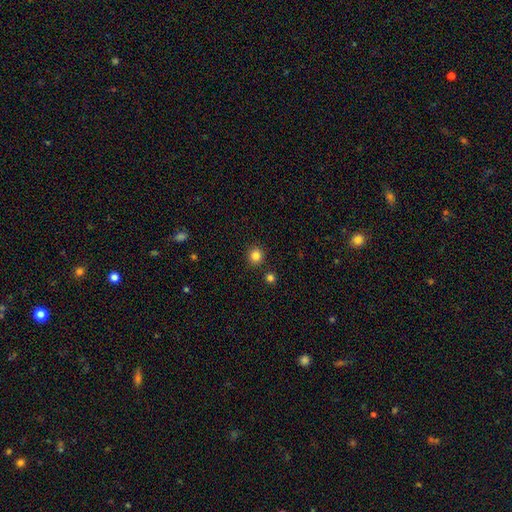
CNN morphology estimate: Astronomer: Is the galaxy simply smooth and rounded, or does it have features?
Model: smooth — 84%.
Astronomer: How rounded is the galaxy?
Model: round — 90%.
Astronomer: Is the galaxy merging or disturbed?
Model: none — 89%.